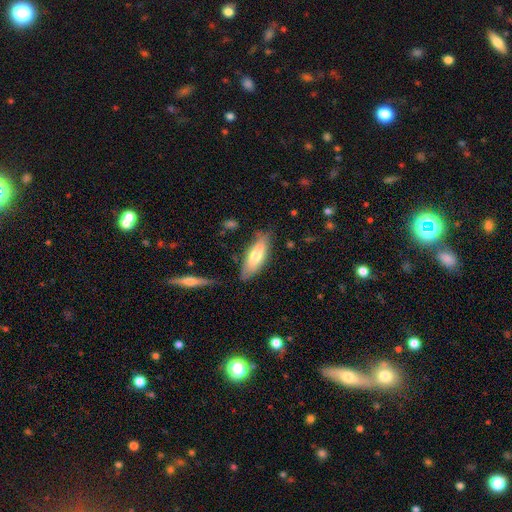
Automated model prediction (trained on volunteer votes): A smooth galaxy with no disk features (66%) that is in between round and cigar-shaped (62%).

Vote fractions:
- Smooth or featured? smooth: 66% / featured or disk: 27% / star or artifact: 6%
- How rounded? in between: 62% / cigar-shaped: 36% / round: 2%
- Merging? none: 75% / minor disturbance: 18% / major disturbance: 4% / merger: 3%